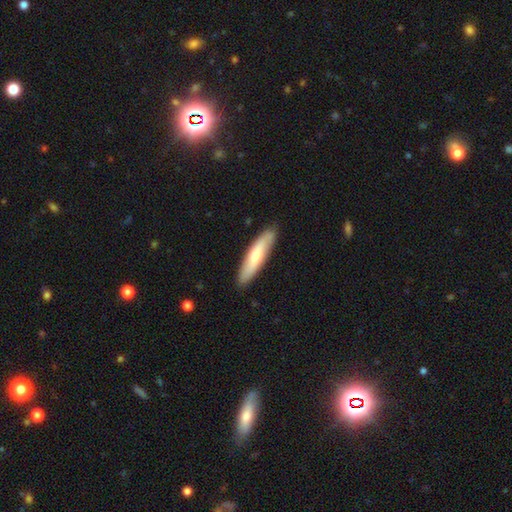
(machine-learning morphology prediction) A smooth galaxy with no disk features (66%) that is cigar-shaped (79%).

Vote fractions:
- Smooth or featured? smooth: 66% / featured or disk: 29% / star or artifact: 5%
- How rounded? cigar-shaped: 79% / in between: 19% / round: 2%
- Merging? none: 88% / minor disturbance: 9% / major disturbance: 2% / merger: 1%